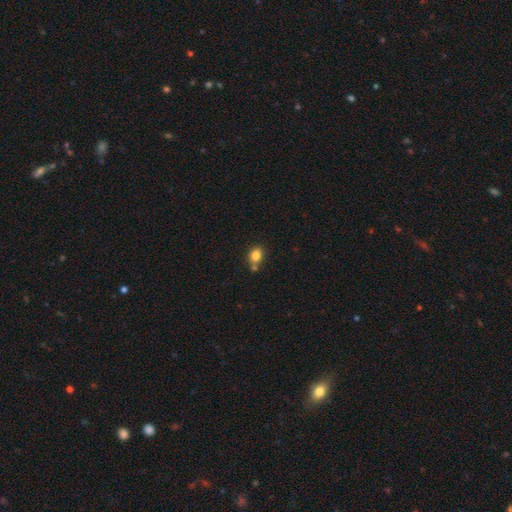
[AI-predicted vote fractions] smooth_or_featured: smooth (p=0.82) [alt: star or artifact p=0.11]
how_rounded: in between (p=0.59) [alt: round p=0.40]
merging: none (p=0.63) [alt: merger p=0.18]